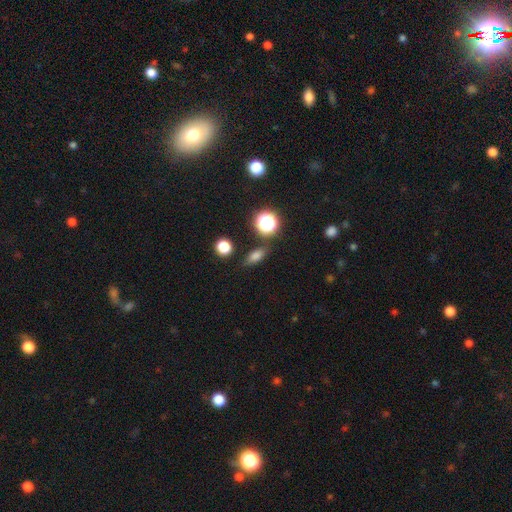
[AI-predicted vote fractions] Smooth or featured?
  - smooth: 74% *
  - star or artifact: 18%
  - featured or disk: 9%
How rounded?
  - in between: 68% *
  - round: 19%
  - cigar-shaped: 13%
Merging?
  - none: 78% *
  - minor disturbance: 13%
  - merger: 4%
  - major disturbance: 4%